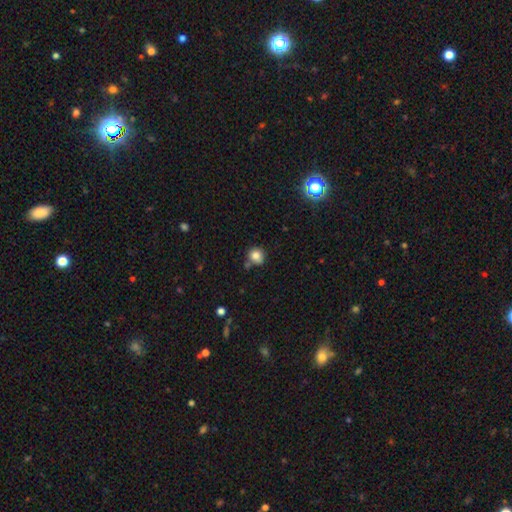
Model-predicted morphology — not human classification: The model was most divided on "merging": none: 69%, minor disturbance: 15%, merger: 12%, major disturbance: 4%. More confident: how rounded — round (88%); smooth or featured — smooth (81%).